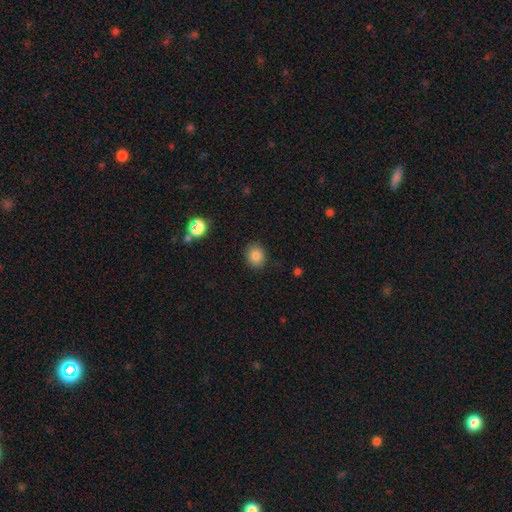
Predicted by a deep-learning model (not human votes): smooth 84%, star or artifact 11%, featured or disk 5%. Down the decision tree: how rounded — round (73%); merging — none (87%).